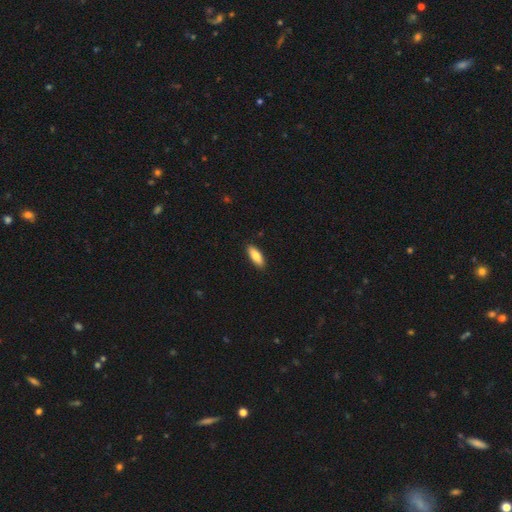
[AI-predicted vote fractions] smooth 84%, featured or disk 10%, star or artifact 6%. Down the decision tree: how rounded — in between (70%); merging — none (90%).